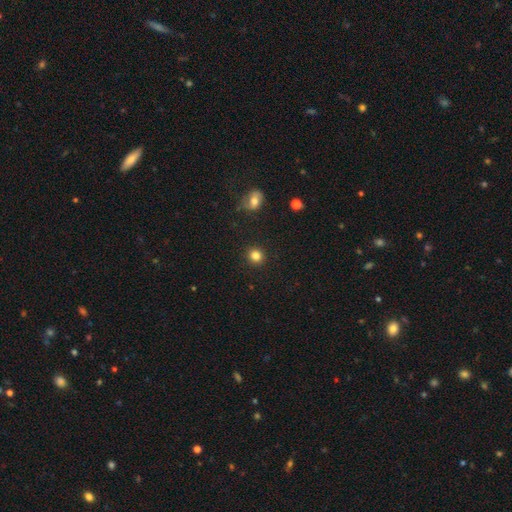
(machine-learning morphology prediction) type=smooth (84%); roundness=round (88%); merging=none (91%).